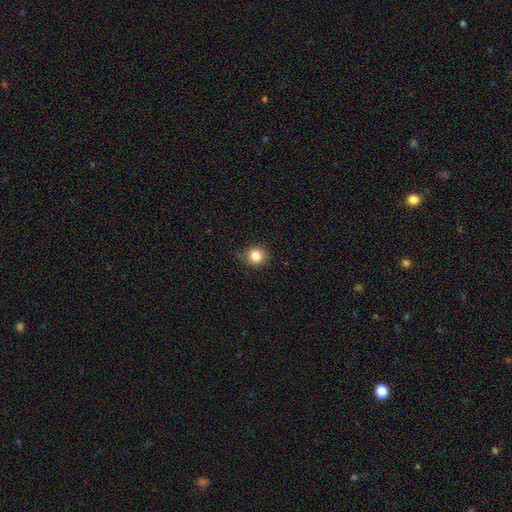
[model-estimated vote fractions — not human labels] smooth 83%, star or artifact 11%, featured or disk 6%. Down the decision tree: how rounded — round (86%); merging — none (80%).